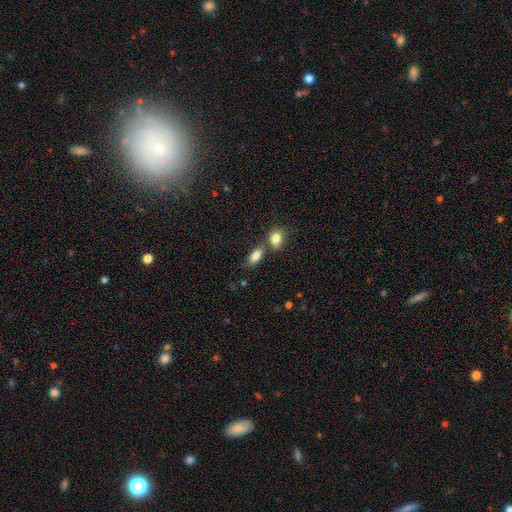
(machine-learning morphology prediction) Overall: smooth (82%). How rounded: in between (84%). Merging: none (53%; merger 31%).